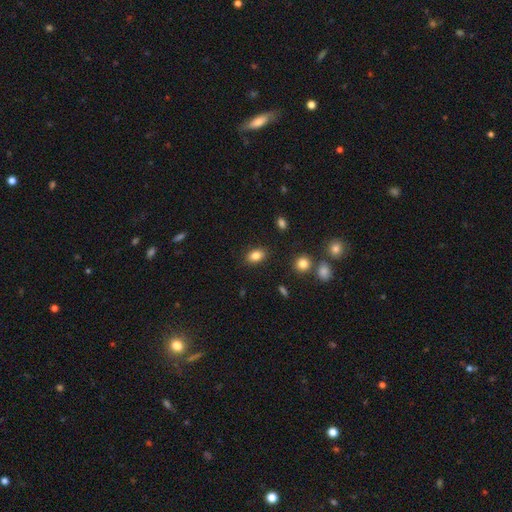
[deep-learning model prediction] A smooth galaxy with no disk features (83%) that is in between round and cigar-shaped (83%).

Vote fractions:
- Smooth or featured? smooth: 83% / star or artifact: 10% / featured or disk: 7%
- How rounded? in between: 83% / round: 15% / cigar-shaped: 2%
- Merging? none: 86% / minor disturbance: 9% / major disturbance: 3% / merger: 2%